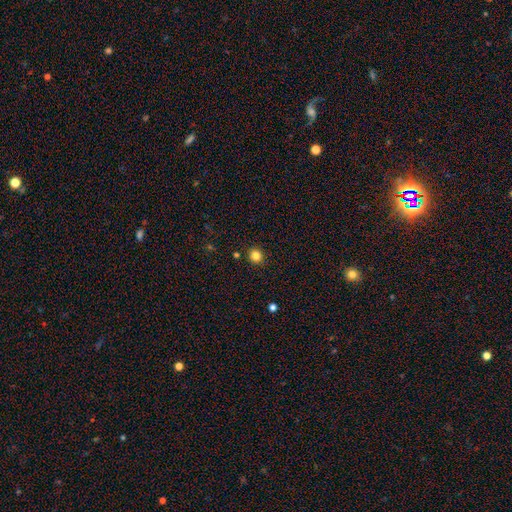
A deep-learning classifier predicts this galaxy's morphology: smooth-or-featured: smooth: 82% | star or artifact: 13% | featured or disk: 5%
  how-rounded: round: 90% | in between: 9% | cigar-shaped: 1%
  merging: none: 91% | minor disturbance: 6% | major disturbance: 2% | merger: 2%